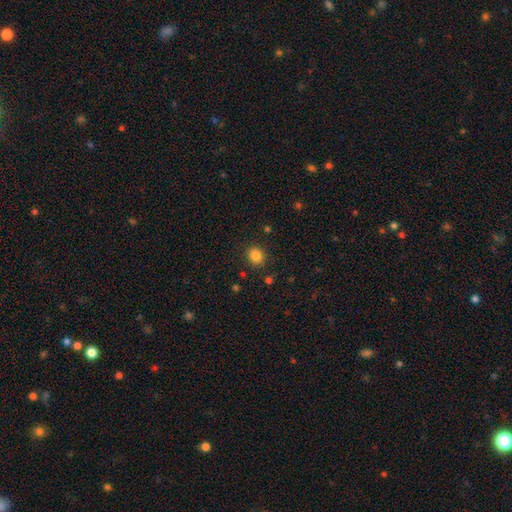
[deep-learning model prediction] Overall: smooth (84%). How rounded: round (76%). Merging: none (89%).